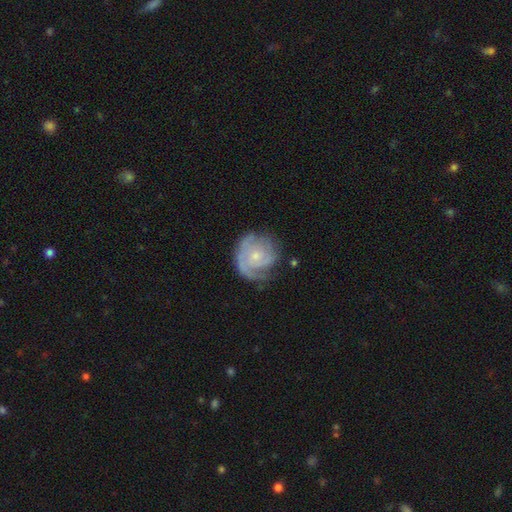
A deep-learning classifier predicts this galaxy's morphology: Smooth or featured? Predicted: featured or disk (p=0.75). Edge-on disk? Predicted: no (p=0.98). Bar? Predicted: no (p=0.77). Spiral arms? Predicted: yes (p=0.90). Spiral winding? Predicted: tight (p=0.61). Spiral arm count? Predicted: can't tell (p=0.31). Bulge size? Predicted: small (p=0.72). Merging? Predicted: none (p=0.63).